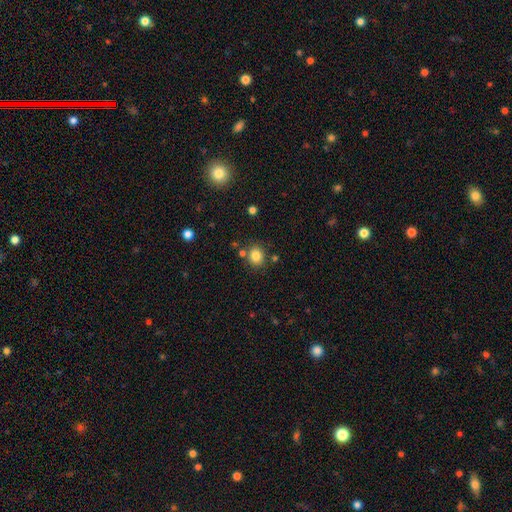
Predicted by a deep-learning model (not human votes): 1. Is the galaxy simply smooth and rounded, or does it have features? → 82% smooth, 11% star or artifact, 6% featured or disk.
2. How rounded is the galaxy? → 73% round, 26% in between, 1% cigar-shaped.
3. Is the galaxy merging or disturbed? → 79% none, 10% minor disturbance, 8% merger, 3% major disturbance.